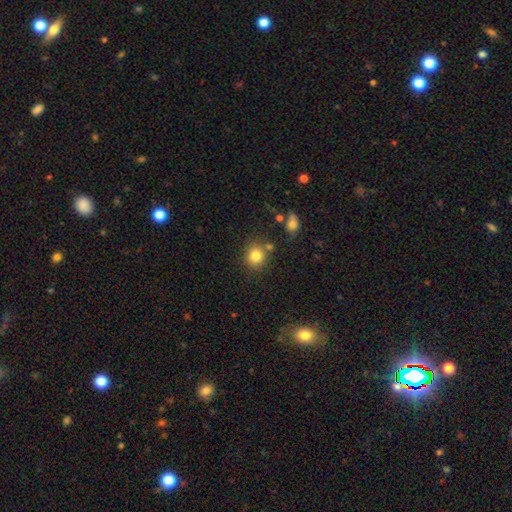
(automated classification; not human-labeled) Smooth or featured? Predicted: smooth (p=0.82). How rounded? Predicted: round (p=0.85). Merging? Predicted: none (p=0.77).